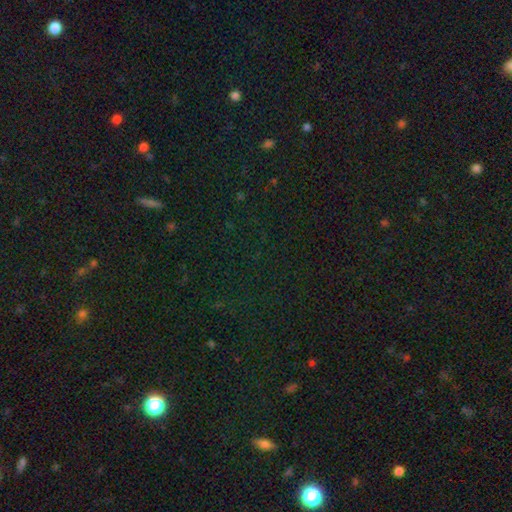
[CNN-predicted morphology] Overall: star or artifact (75%).